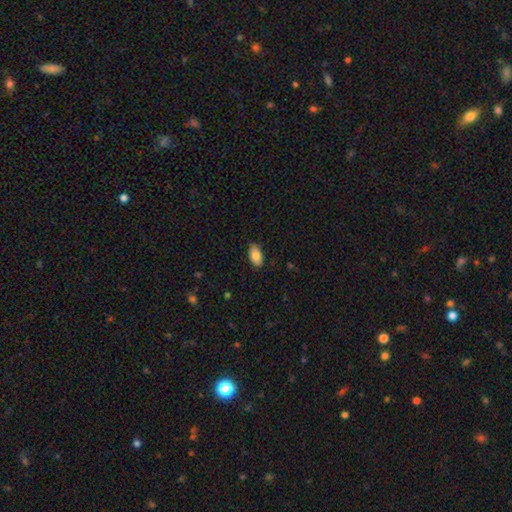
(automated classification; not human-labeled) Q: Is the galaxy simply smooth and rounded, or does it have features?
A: smooth — 83%.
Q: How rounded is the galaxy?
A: in between — 93%.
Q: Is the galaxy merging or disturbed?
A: none — 84%.